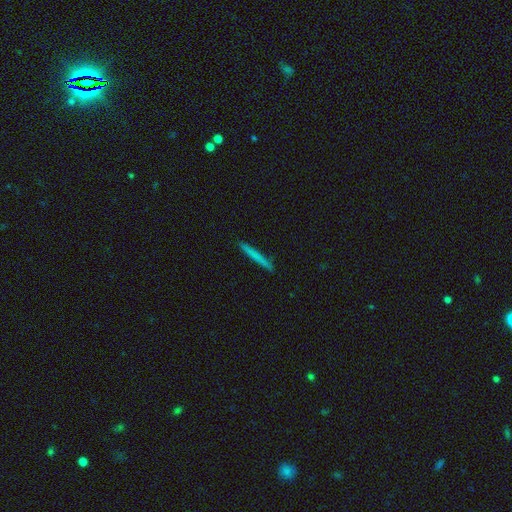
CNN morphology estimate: smooth_or_featured: smooth (p=0.67) [alt: featured or disk p=0.27]
how_rounded: cigar-shaped (p=0.97) [alt: in between p=0.02]
merging: none (p=0.91) [alt: minor disturbance p=0.06]